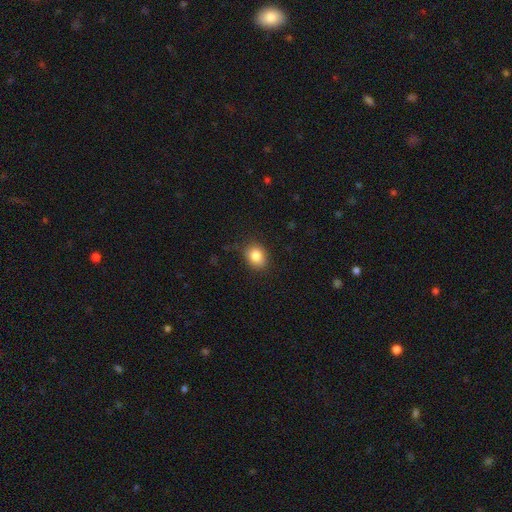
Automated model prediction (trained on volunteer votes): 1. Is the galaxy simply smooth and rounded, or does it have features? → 84% smooth, 10% star or artifact, 6% featured or disk.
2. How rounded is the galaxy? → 54% round, 45% in between, 1% cigar-shaped.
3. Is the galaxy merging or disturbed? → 81% none, 15% minor disturbance, 3% major disturbance, 1% merger.